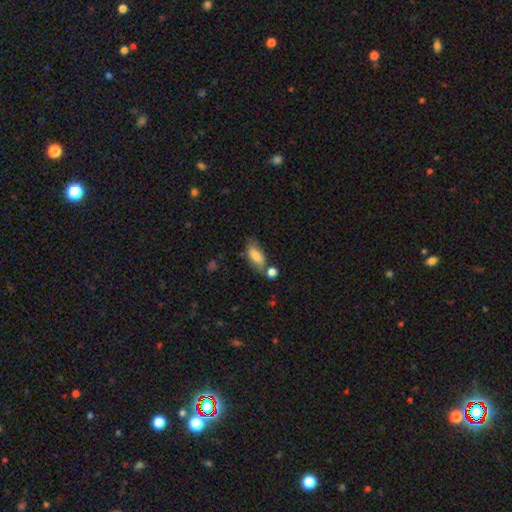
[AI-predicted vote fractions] smooth_or_featured: smooth (p=0.74) [alt: featured or disk p=0.19]
how_rounded: in between (p=0.80) [alt: cigar-shaped p=0.16]
merging: none (p=0.62) [alt: minor disturbance p=0.19]